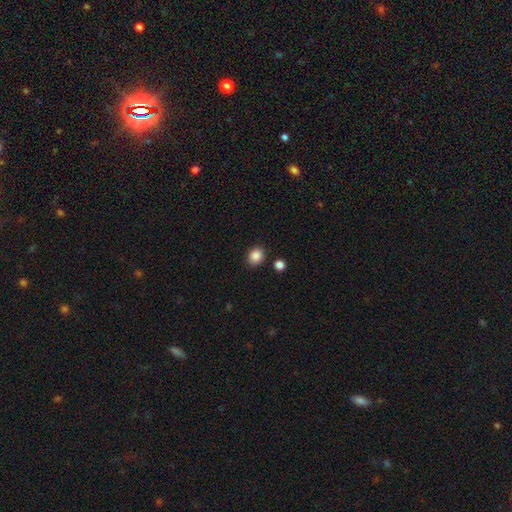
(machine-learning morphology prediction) smooth_or_featured: smooth (p=0.87) [alt: star or artifact p=0.09]
how_rounded: round (p=0.61) [alt: in between p=0.38]
merging: none (p=0.85) [alt: minor disturbance p=0.09]